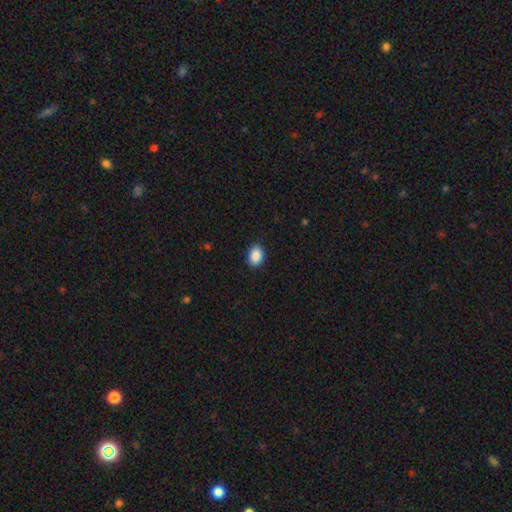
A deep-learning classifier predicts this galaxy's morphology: Smooth or featured? Predicted: smooth (p=0.90). How rounded? Predicted: in between (p=0.77). Merging? Predicted: none (p=0.89).